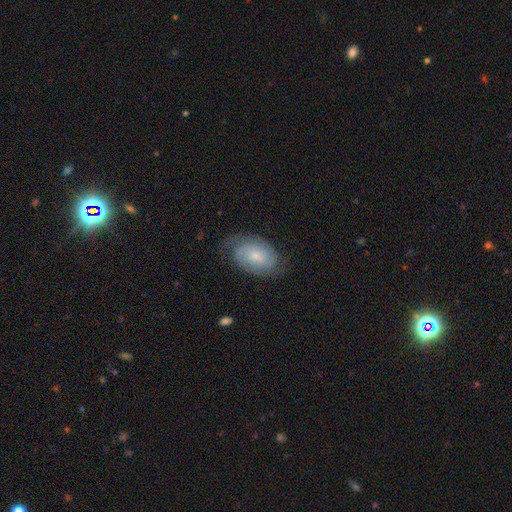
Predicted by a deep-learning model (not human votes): This is possibly a featured or disk galaxy (58%). It is clearly not viewed edge-on (96%). Bar: likely no (66%). Spiral arm pattern: clearly yes (87%). Central bulge: likely small (64%). Merging: likely none (66%).